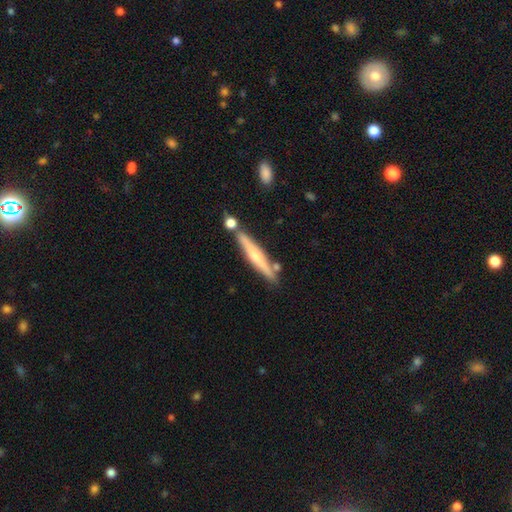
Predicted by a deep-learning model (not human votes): smooth_or_featured: featured or disk (p=0.50) [alt: smooth p=0.44]
disk_edge_on: yes (p=0.95) [alt: no p=0.05]
merging: none (p=0.76) [alt: minor disturbance p=0.12]